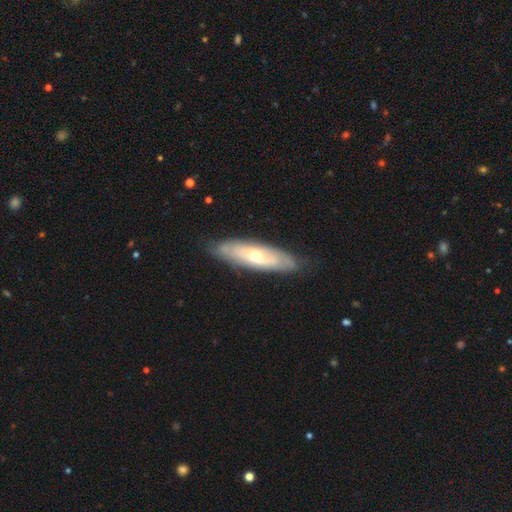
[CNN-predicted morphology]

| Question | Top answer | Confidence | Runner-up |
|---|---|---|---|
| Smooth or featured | featured or disk | 58% | smooth (36%) |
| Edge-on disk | no | 69% | yes (31%) |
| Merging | none | 81% | minor disturbance (15%) |